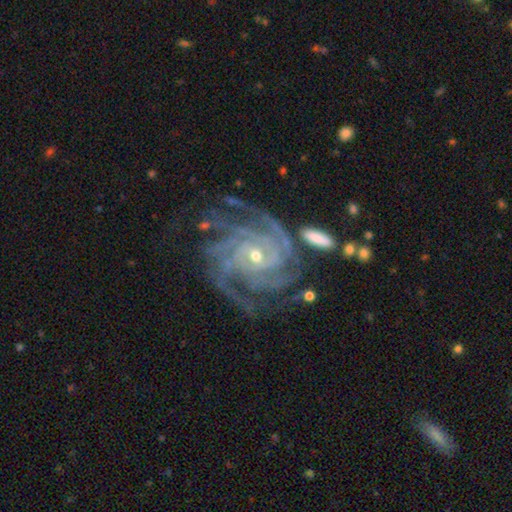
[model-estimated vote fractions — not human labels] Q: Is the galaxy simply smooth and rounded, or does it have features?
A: featured or disk — 92%.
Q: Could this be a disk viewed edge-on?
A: no — 97%.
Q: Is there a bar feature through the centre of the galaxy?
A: no — 61%.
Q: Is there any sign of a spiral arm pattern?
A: yes — 99%.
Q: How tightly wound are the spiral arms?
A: tight — 72%.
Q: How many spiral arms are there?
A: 4 — 39%.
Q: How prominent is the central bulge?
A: small — 67%.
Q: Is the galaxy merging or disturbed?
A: none — 68%.